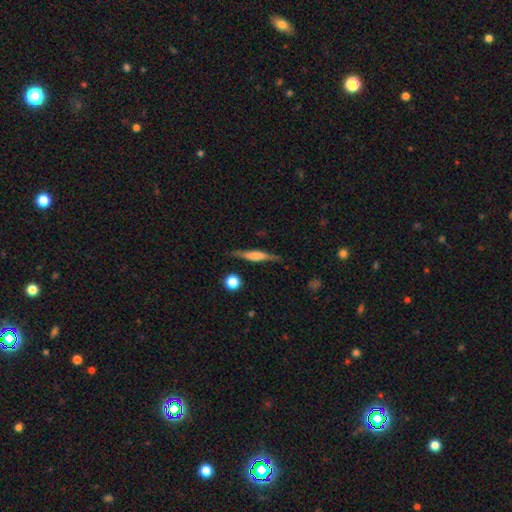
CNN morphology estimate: This appears to be a featured or disk galaxy (56%) viewed edge-on (95%) with a boxy central bulge (42%). Merging: none (80%).